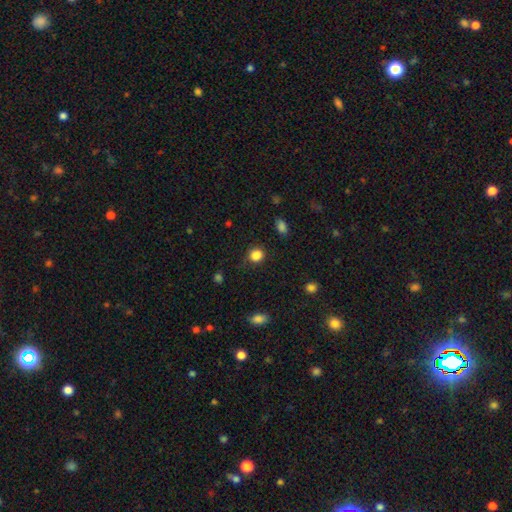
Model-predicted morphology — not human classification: smooth-or-featured: smooth: 85% | star or artifact: 11% | featured or disk: 3%
  how-rounded: round: 78% | in between: 21% | cigar-shaped: 1%
  merging: none: 78% | minor disturbance: 15% | major disturbance: 4% | merger: 2%